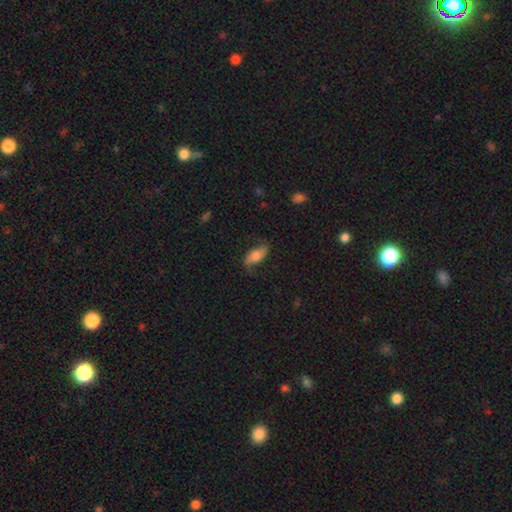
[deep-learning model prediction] This appears to be a featured or disk galaxy (48%). Merging: none (69%).